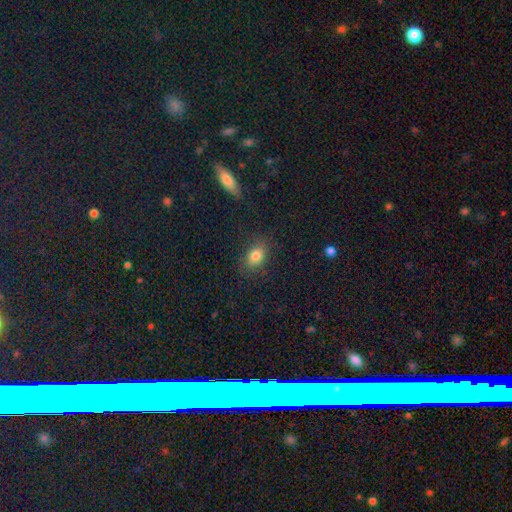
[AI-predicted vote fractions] The model was most divided on "how rounded": in between: 65%, round: 34%, cigar-shaped: 2%. More confident: merging — none (81%); smooth or featured — smooth (80%).